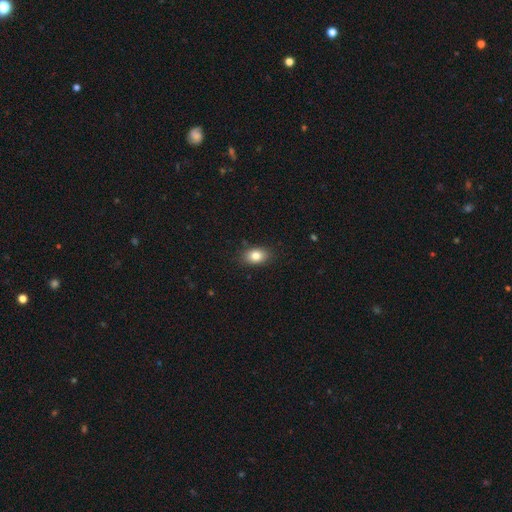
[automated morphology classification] Smooth or featured? Predicted: smooth (p=0.83). How rounded? Predicted: in between (p=0.80). Merging? Predicted: none (p=0.86).